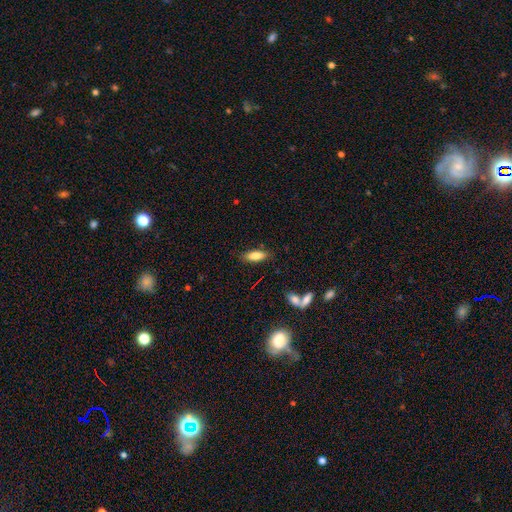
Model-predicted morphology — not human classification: Smooth or featured? Predicted: smooth (p=0.81). How rounded? Predicted: in between (p=0.68). Merging? Predicted: none (p=0.82).